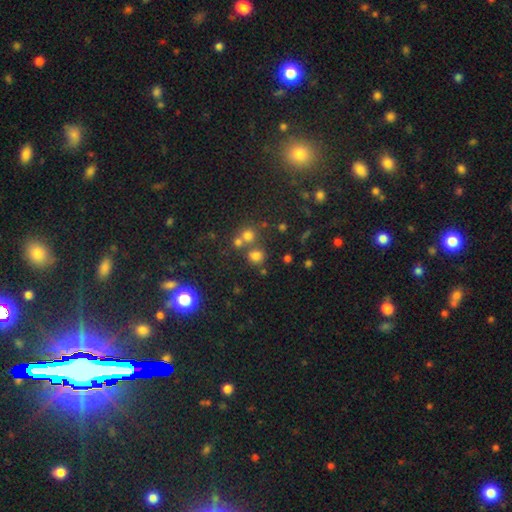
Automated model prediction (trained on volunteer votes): This appears to be a smooth galaxy with no disk features (68%) that is round (81%). Merging: none (64%).